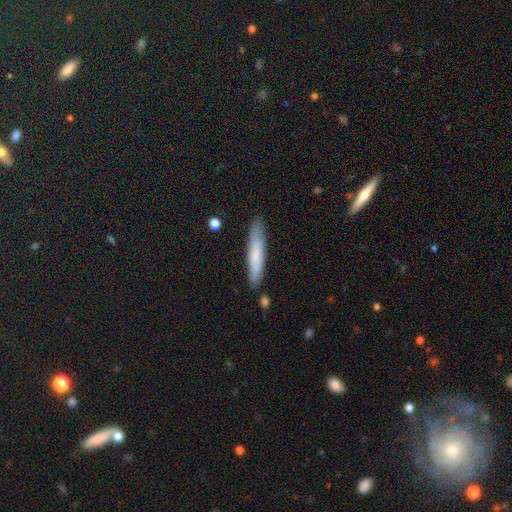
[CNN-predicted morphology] smooth_or_featured: smooth (p=0.72) [alt: featured or disk p=0.22]
how_rounded: cigar-shaped (p=0.92) [alt: in between p=0.07]
merging: none (p=0.84) [alt: minor disturbance p=0.12]